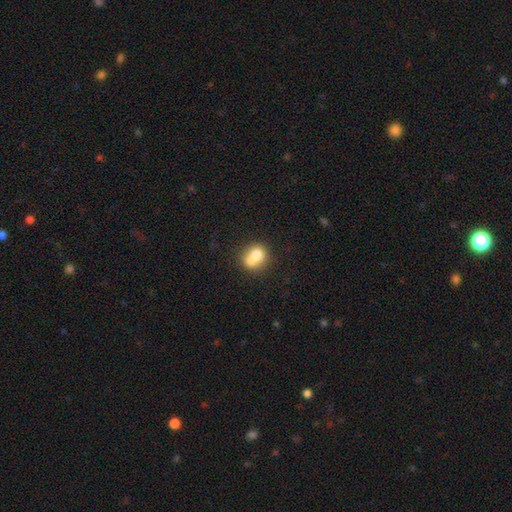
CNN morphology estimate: type=smooth (69%); roundness=round (77%); merging=merger (58%).